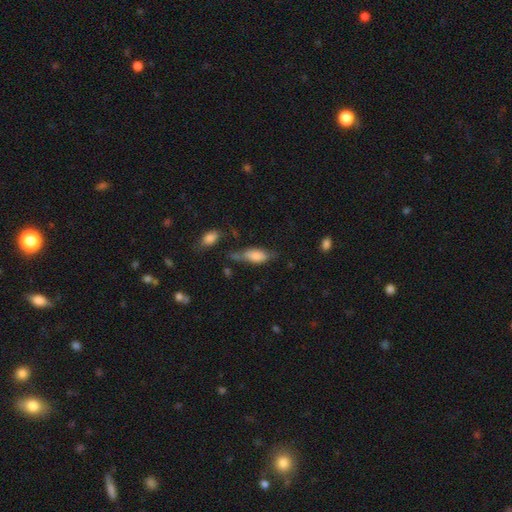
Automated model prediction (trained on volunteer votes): smooth-or-featured: smooth: 73% | featured or disk: 19% | star or artifact: 8%
  how-rounded: in between: 76% | cigar-shaped: 21% | round: 3%
  merging: none: 46% | minor disturbance: 30% | major disturbance: 14% | merger: 11%